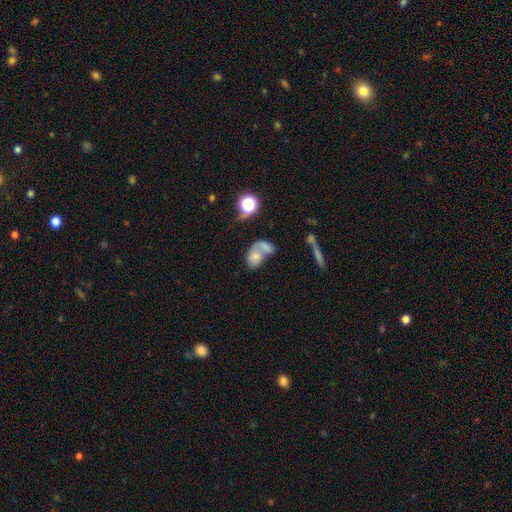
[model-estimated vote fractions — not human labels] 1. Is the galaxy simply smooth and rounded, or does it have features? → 59% smooth, 28% featured or disk, 13% star or artifact.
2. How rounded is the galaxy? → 70% in between, 28% round, 2% cigar-shaped.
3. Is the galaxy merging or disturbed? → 62% merger, 19% none, 11% major disturbance, 8% minor disturbance.